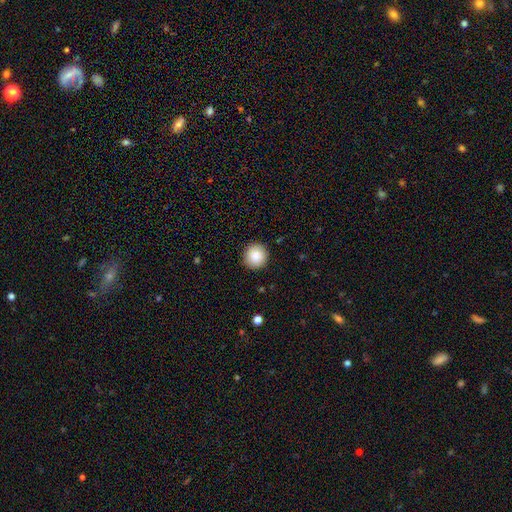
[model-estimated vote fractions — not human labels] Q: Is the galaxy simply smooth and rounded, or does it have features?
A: smooth — 87%.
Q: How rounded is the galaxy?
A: round — 95%.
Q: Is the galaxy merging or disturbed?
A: none — 91%.